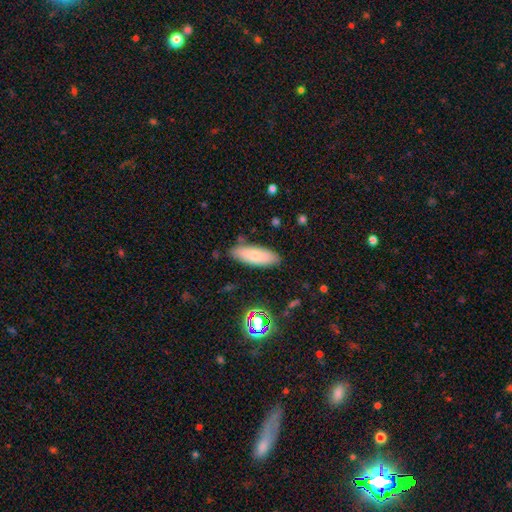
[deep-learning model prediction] Overall: smooth (77%). How rounded: in between (63%; cigar-shaped 35%). Merging: none (82%).